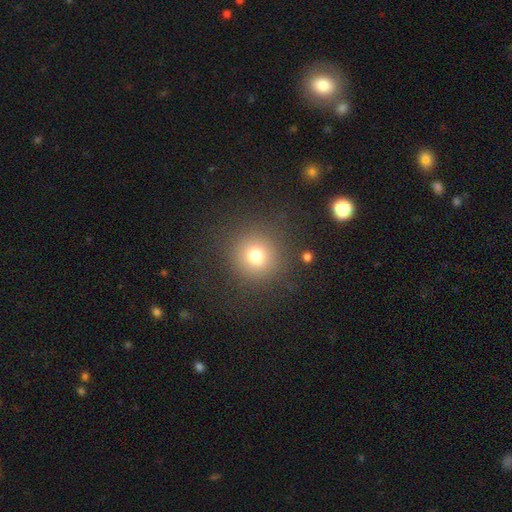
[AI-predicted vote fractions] smooth 74%, star or artifact 16%, featured or disk 10%. Down the decision tree: how rounded — round (93%); merging — none (86%).